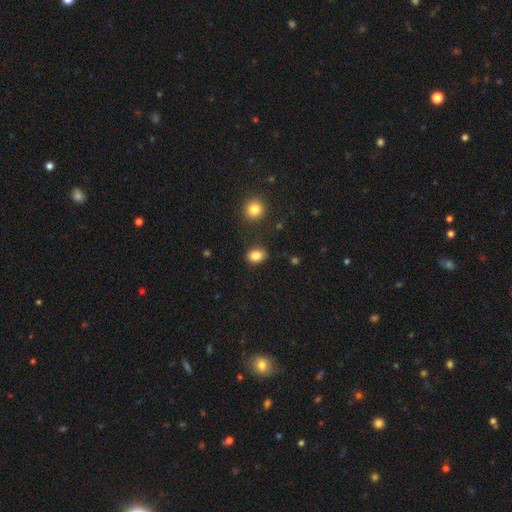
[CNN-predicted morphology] smooth_or_featured: smooth (p=0.85) [alt: star or artifact p=0.10]
how_rounded: in between (p=0.64) [alt: round p=0.35]
merging: none (p=0.84) [alt: minor disturbance p=0.11]